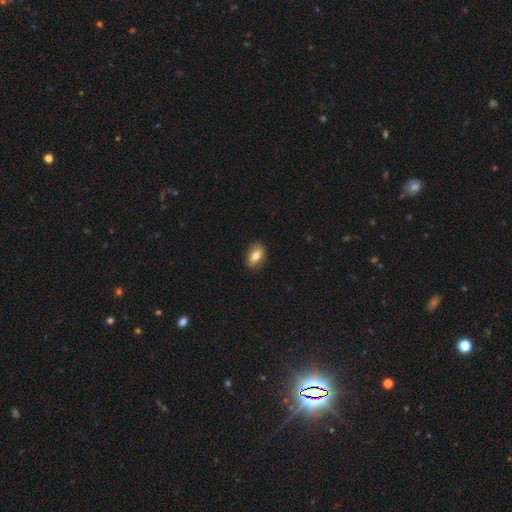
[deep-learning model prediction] Overall: smooth (76%). How rounded: in between (84%). Merging: none (84%).